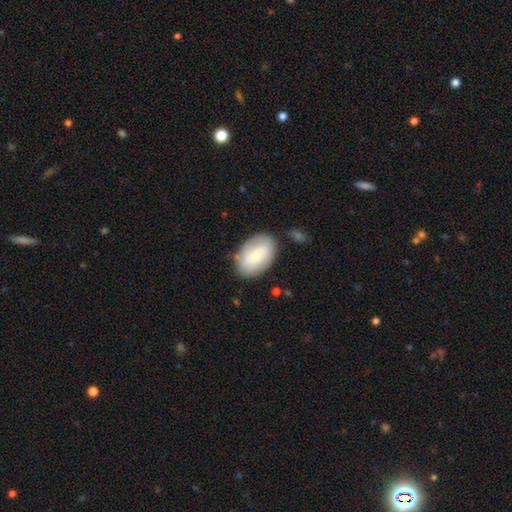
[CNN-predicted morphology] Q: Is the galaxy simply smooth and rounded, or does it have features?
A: smooth — 60%.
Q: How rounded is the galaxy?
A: in between — 88%.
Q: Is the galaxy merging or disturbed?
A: none — 76%.